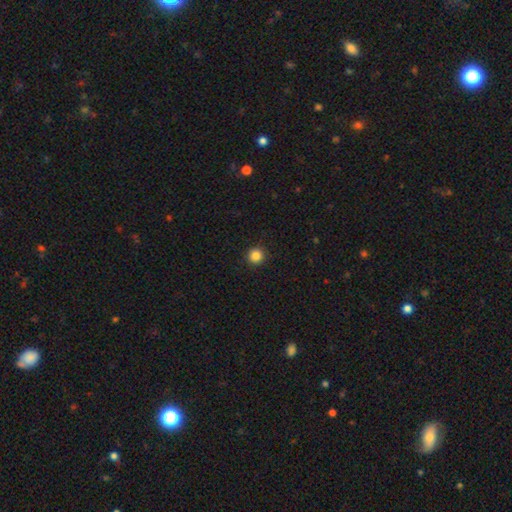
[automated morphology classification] The model was most divided on "smooth or featured": smooth: 85%, star or artifact: 11%, featured or disk: 4%. More confident: how rounded — round (95%); merging — none (93%).